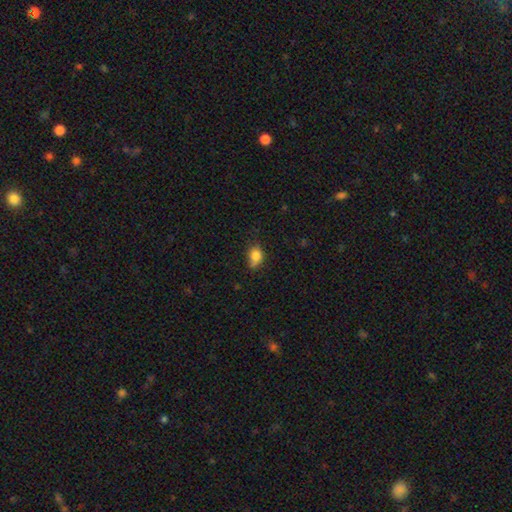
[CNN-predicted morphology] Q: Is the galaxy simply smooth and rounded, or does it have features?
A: smooth — 82%.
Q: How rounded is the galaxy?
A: in between — 69%.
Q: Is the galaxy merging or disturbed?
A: none — 51%.